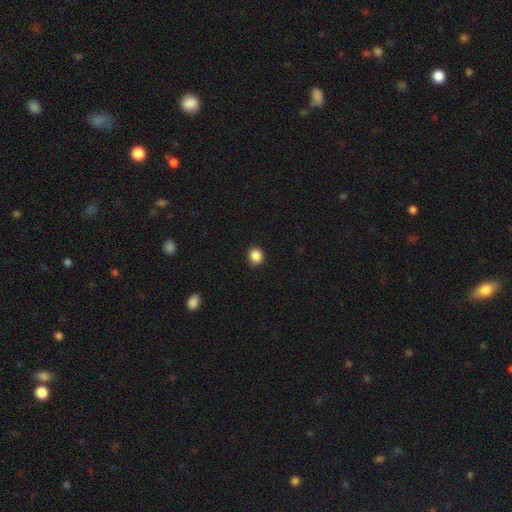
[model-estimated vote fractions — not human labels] The model was most divided on "how rounded": round: 81%, in between: 18%, cigar-shaped: 1%. More confident: merging — none (91%); smooth or featured — smooth (87%).